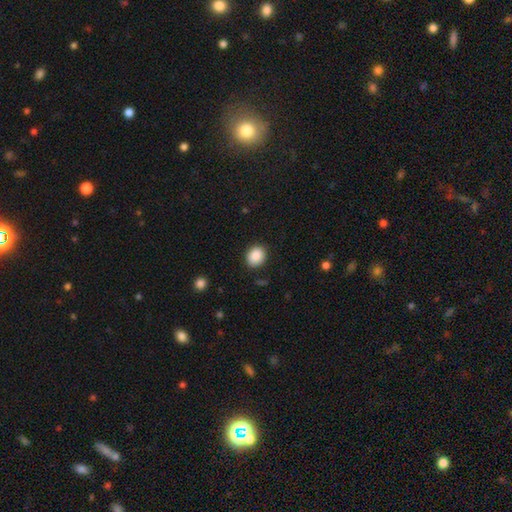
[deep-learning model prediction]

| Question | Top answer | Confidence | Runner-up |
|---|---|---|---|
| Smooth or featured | smooth | 88% | star or artifact (8%) |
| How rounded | round | 64% | in between (35%) |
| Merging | none | 87% | minor disturbance (9%) |